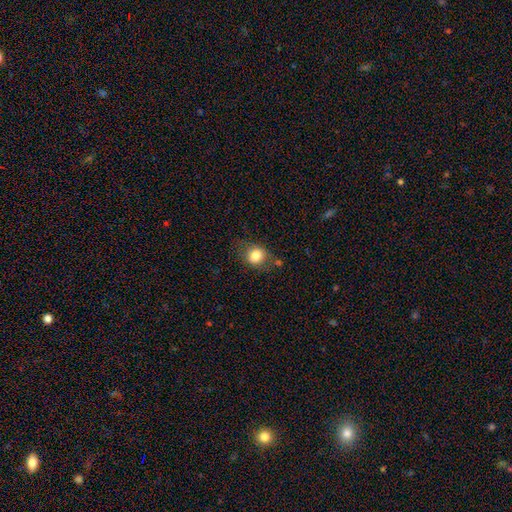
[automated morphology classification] Smooth or featured: smooth — 80% (featured or disk — 10%)
How rounded: round — 70% (in between — 29%)
Merging: none — 70% (minor disturbance — 19%)